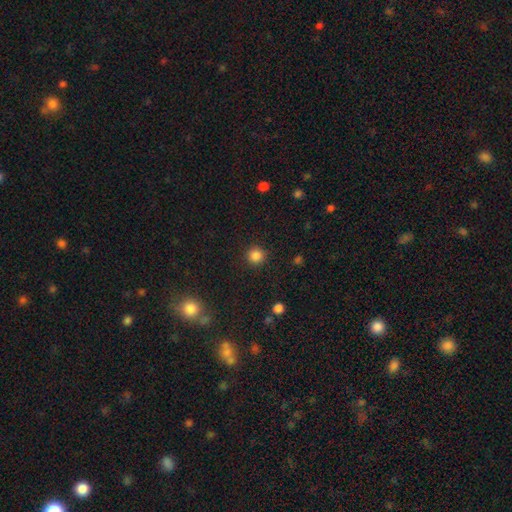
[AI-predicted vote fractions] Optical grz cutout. It shows a smooth galaxy with no disk features (85%) that is round (94%). Merging: none (91%).